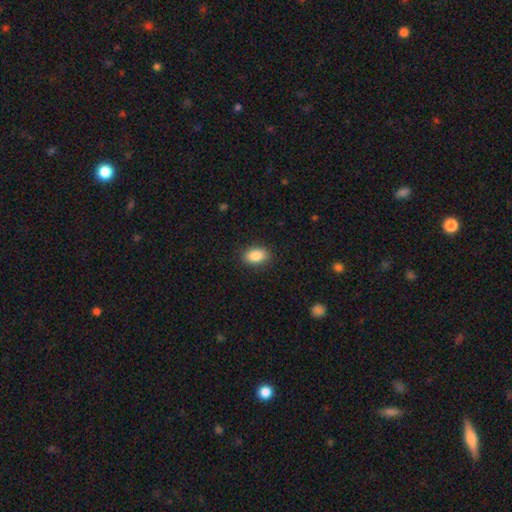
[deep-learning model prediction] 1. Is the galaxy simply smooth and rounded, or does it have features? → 87% smooth, 8% star or artifact, 6% featured or disk.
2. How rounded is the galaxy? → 85% in between, 13% round, 2% cigar-shaped.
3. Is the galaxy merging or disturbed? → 89% none, 8% minor disturbance, 2% major disturbance, 1% merger.